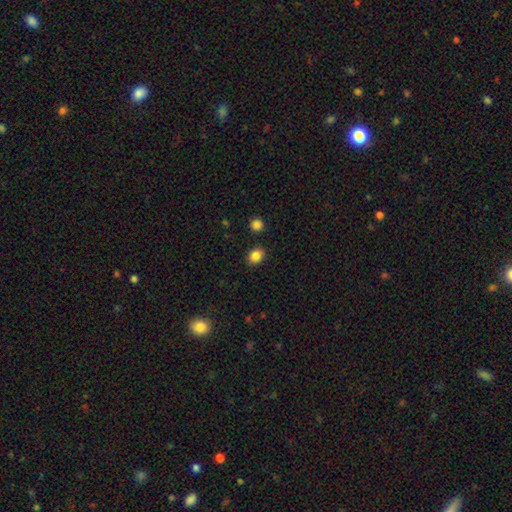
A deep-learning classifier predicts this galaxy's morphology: Overall: smooth (86%). How rounded: in between (58%; round 41%). Merging: none (86%).